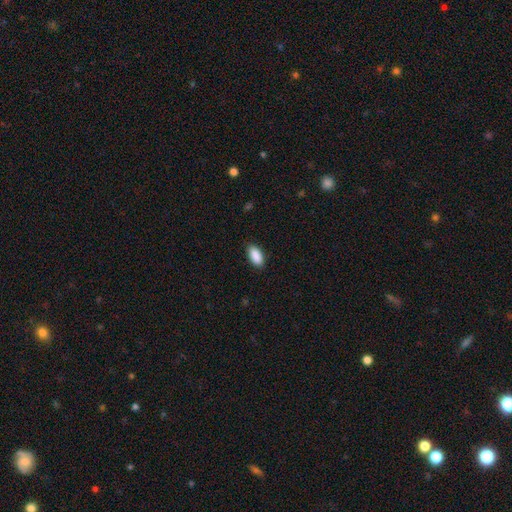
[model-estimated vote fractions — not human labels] Smooth or featured: smooth — 91% (star or artifact — 6%)
How rounded: in between — 92% (cigar-shaped — 5%)
Merging: none — 87% (minor disturbance — 10%)